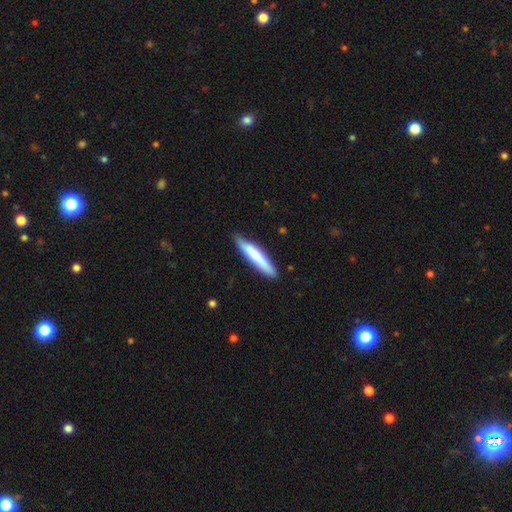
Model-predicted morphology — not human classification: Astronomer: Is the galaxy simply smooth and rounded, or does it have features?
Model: smooth — 67%.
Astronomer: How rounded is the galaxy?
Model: cigar-shaped — 89%.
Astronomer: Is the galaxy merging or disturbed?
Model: none — 84%.